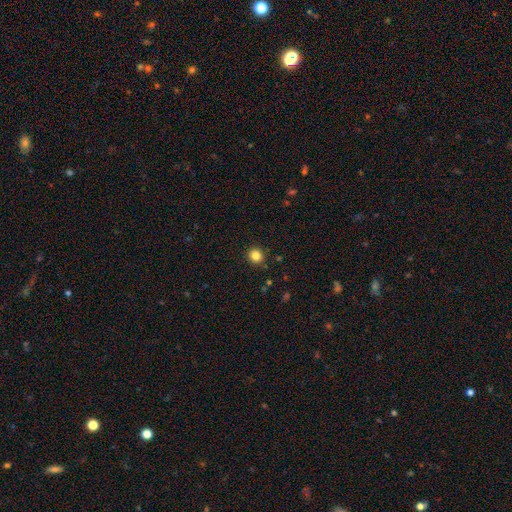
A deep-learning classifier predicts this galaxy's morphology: Smooth or featured? Predicted: smooth (p=0.83). How rounded? Predicted: round (p=0.91). Merging? Predicted: none (p=0.91).